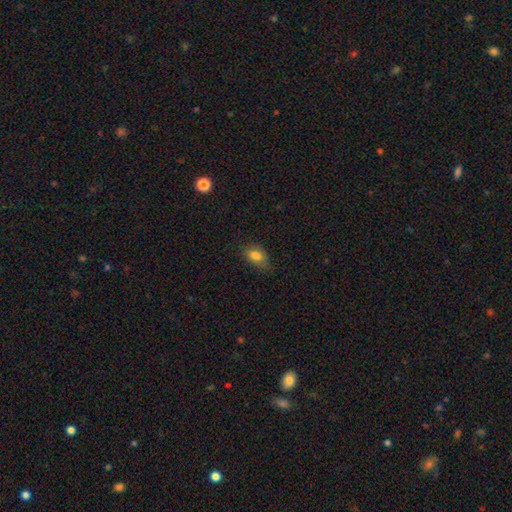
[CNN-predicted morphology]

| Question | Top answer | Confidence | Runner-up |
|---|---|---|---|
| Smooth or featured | smooth | 80% | featured or disk (11%) |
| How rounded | in between | 87% | round (10%) |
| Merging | none | 74% | minor disturbance (21%) |